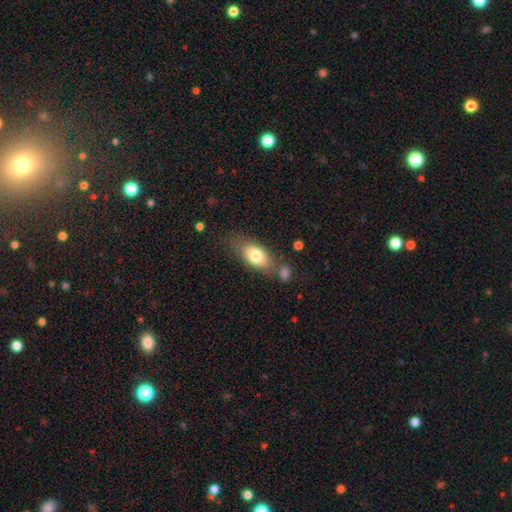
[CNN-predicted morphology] This appears to be a smooth galaxy with no disk features (76%) that is in between round and cigar-shaped (87%). Merging: none (59%).